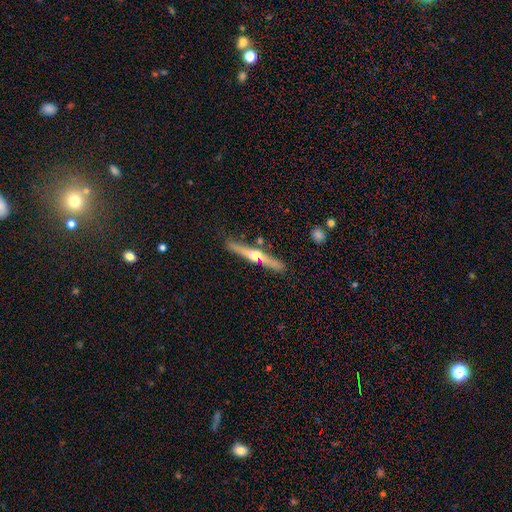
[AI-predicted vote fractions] The model was most divided on "smooth or featured": featured or disk: 72%, smooth: 22%, star or artifact: 6%. More confident: edge-on disk — yes (97%); edge-on bulge — rounded (93%); merging — none (85%).